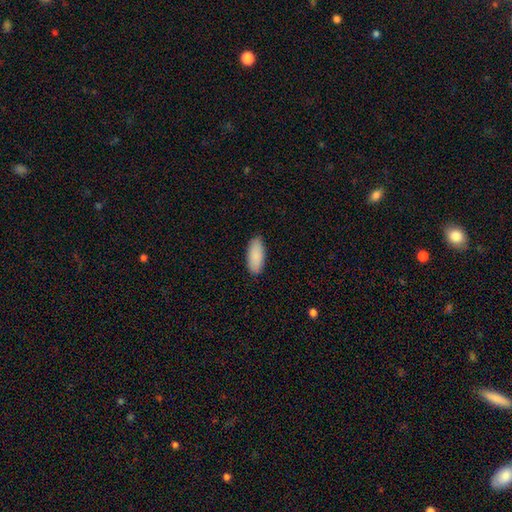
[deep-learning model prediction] Smooth or featured? smooth (90%)
How rounded? in between (88%)
Merging? none (88%)